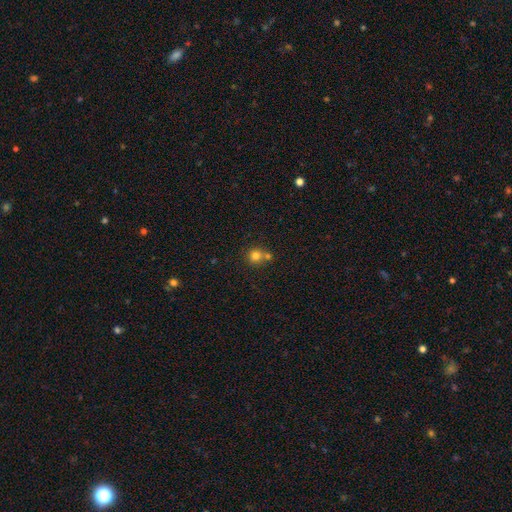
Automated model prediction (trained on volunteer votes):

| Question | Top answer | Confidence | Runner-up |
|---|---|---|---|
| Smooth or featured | smooth | 79% | star or artifact (13%) |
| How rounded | round | 90% | in between (9%) |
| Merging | none | 57% | merger (32%) |